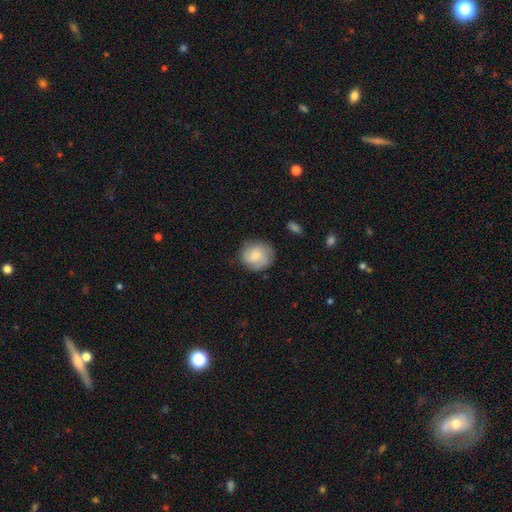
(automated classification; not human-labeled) A smooth galaxy with no disk features (62%) that is round (80%). Merging: none (76%).